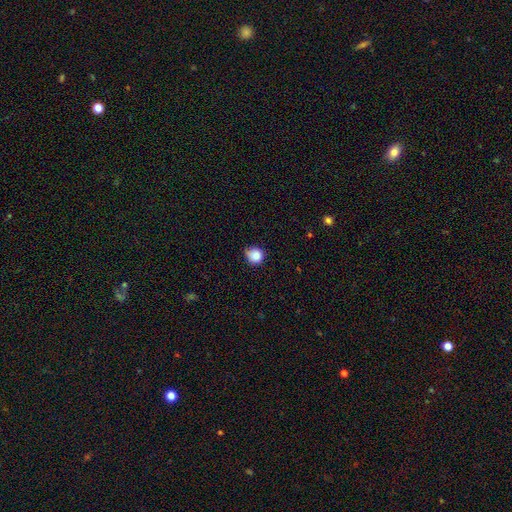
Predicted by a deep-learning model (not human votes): Q: Smooth or featured?
A: smooth (84%); runner-up: star or artifact (10%)
Q: How rounded?
A: round (87%); runner-up: in between (12%)
Q: Merging?
A: none (59%); runner-up: minor disturbance (33%)